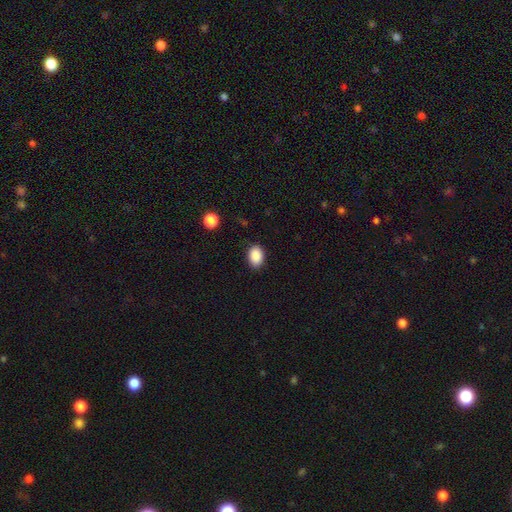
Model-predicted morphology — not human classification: smooth 89%, star or artifact 8%, featured or disk 3%. Down the decision tree: how rounded — in between (80%); merging — none (88%).